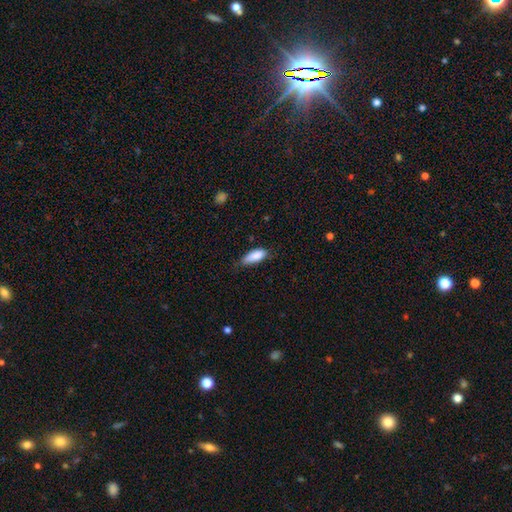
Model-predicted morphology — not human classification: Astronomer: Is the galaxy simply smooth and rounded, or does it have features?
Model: smooth — 87%.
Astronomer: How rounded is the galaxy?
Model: in between — 73%.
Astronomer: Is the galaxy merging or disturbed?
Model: none — 60%.